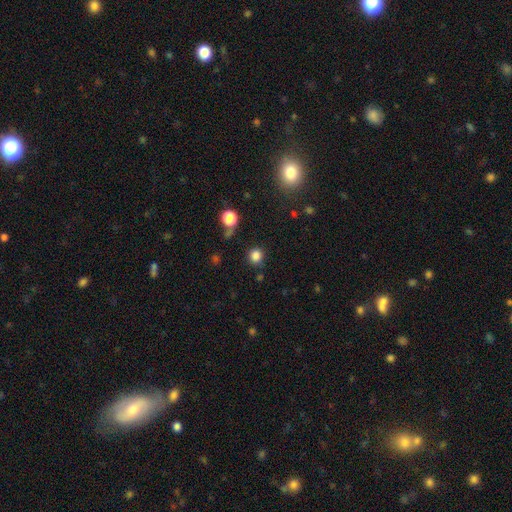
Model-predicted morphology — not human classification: Smooth or featured? Predicted: smooth (p=0.83). How rounded? Predicted: round (p=0.90). Merging? Predicted: none (p=0.85).